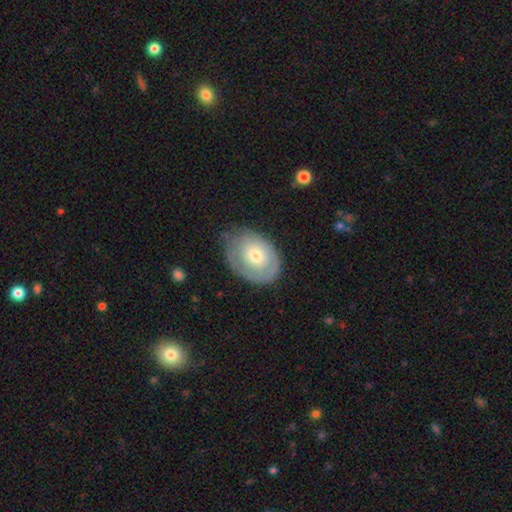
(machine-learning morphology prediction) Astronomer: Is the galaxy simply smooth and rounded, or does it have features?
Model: smooth — 49% (runner-up: featured or disk, 45%).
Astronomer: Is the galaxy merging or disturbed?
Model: none — 59%.